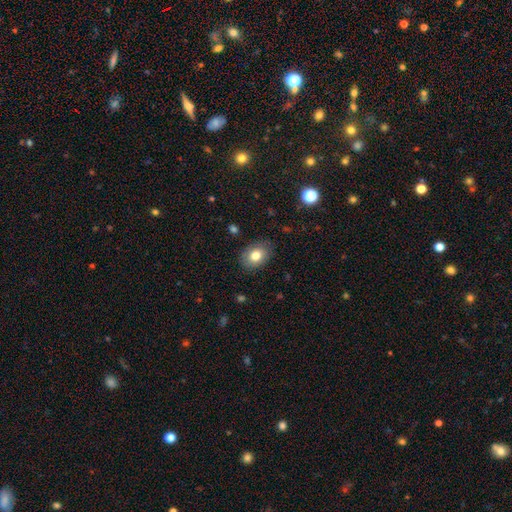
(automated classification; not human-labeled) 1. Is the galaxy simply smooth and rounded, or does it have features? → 78% smooth, 13% featured or disk, 8% star or artifact.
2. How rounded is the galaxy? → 74% in between, 25% round, 1% cigar-shaped.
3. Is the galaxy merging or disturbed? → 84% none, 12% minor disturbance, 3% major disturbance, 1% merger.